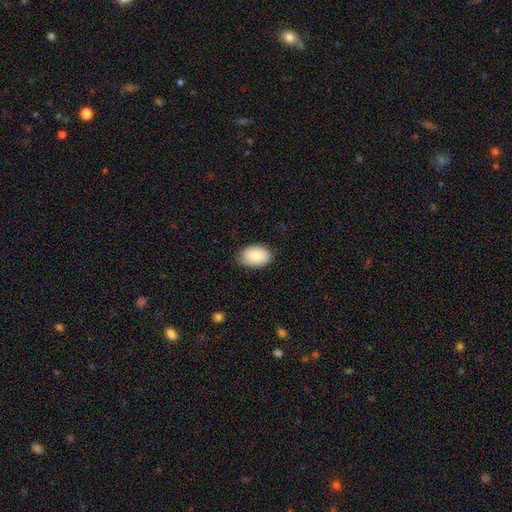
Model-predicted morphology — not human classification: Smooth or featured?
  - smooth: 85% *
  - featured or disk: 8%
  - star or artifact: 6%
How rounded?
  - in between: 87% *
  - round: 12%
  - cigar-shaped: 1%
Merging?
  - none: 82% *
  - minor disturbance: 15%
  - major disturbance: 2%
  - merger: 1%